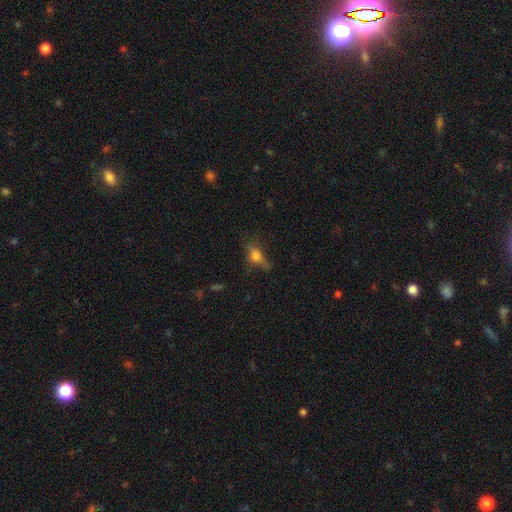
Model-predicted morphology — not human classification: This is likely a smooth galaxy (61%). How rounded: likely in between (64%). Merging: possibly none (51%).